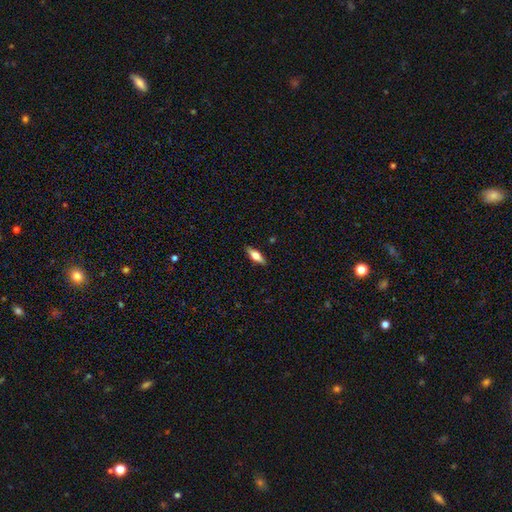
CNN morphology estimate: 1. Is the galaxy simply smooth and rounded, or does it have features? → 57% smooth, 36% featured or disk, 7% star or artifact.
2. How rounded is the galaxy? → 58% in between, 40% cigar-shaped, 3% round.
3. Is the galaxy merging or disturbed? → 89% none, 8% minor disturbance, 2% major disturbance, 1% merger.